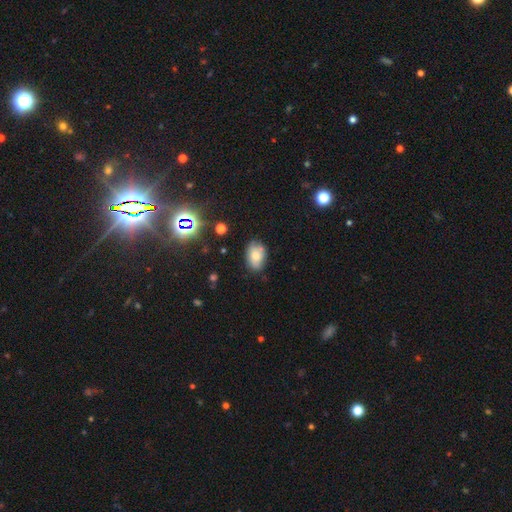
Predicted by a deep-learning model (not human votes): Morphology: type=smooth (67%); roundness=in between (85%); merging=none (70%).